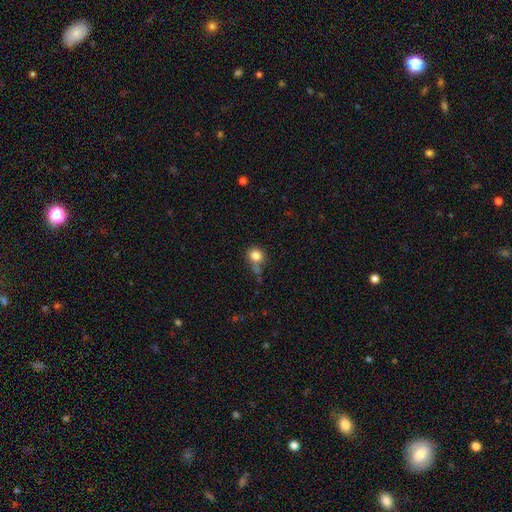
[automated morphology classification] Smooth or featured?
  - smooth: 82% *
  - star or artifact: 10%
  - featured or disk: 7%
How rounded?
  - round: 78% *
  - in between: 20%
  - cigar-shaped: 1%
Merging?
  - none: 52% *
  - minor disturbance: 23%
  - merger: 15%
  - major disturbance: 10%